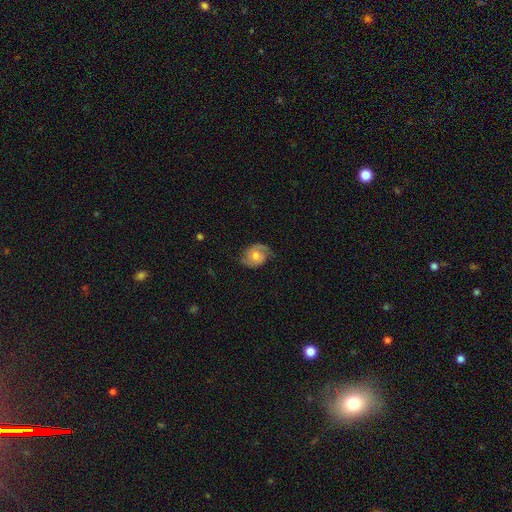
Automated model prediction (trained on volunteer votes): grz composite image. It shows a featured or disk galaxy (66%) with no bar (73%), 2 (73%) medium (42%) spiral arms (90%) and a moderate central bulge (62%). Merging: none (67%).